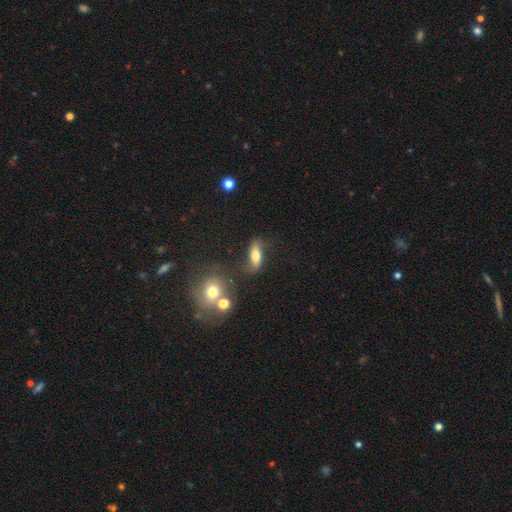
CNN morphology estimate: Smooth or featured?
  - smooth: 57% *
  - featured or disk: 33%
  - star or artifact: 10%
How rounded?
  - in between: 61% *
  - cigar-shaped: 32%
  - round: 7%
Merging?
  - none: 63% *
  - minor disturbance: 20%
  - major disturbance: 10%
  - merger: 8%